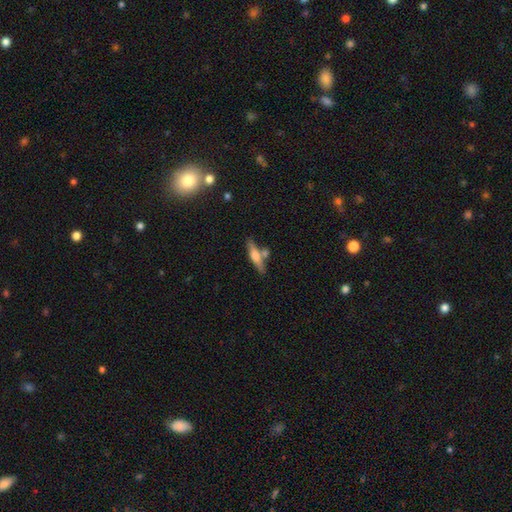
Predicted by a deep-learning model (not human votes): smooth 48%, featured or disk 46%, star or artifact 7%. Down the decision tree: merging — none (68%).